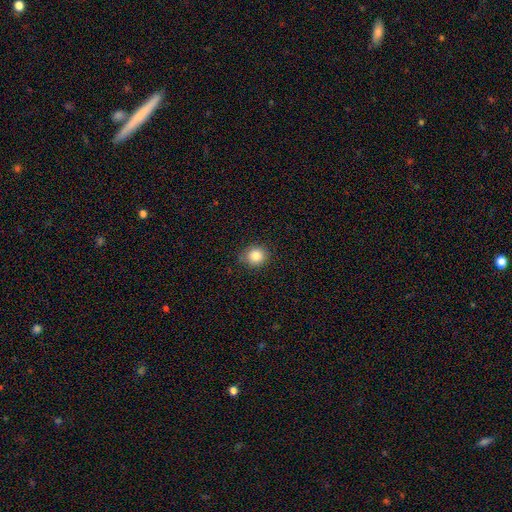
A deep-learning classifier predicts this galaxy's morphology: smooth-or-featured: smooth: 85% | star or artifact: 10% | featured or disk: 5%
  how-rounded: round: 85% | in between: 14% | cigar-shaped: 1%
  merging: none: 85% | minor disturbance: 12% | major disturbance: 2% | merger: 1%